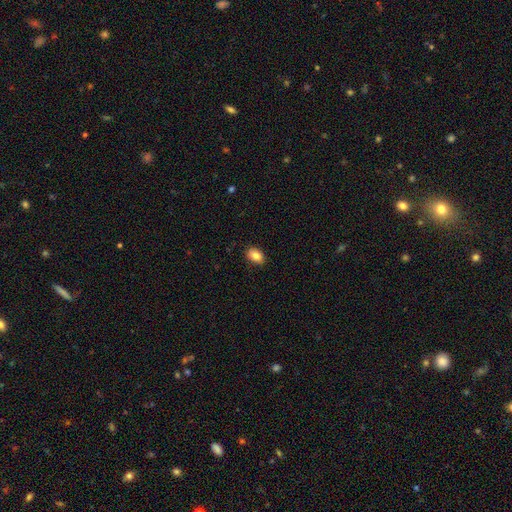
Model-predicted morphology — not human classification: A smooth galaxy with no disk features (84%) that is in between round and cigar-shaped (81%). Merging: none (87%).